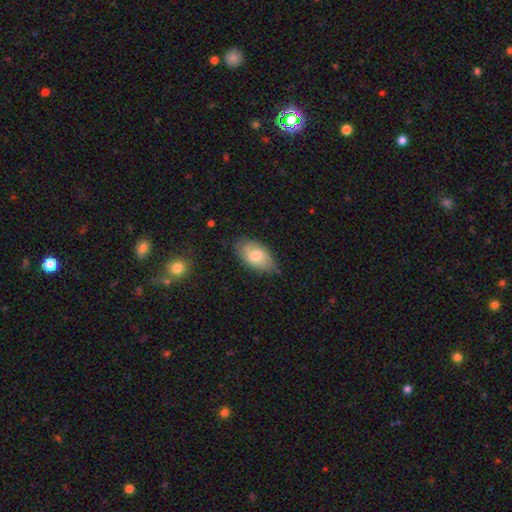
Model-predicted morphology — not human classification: A smooth galaxy with no disk features (67%) that is in between round and cigar-shaped (92%). Merging: none (66%).